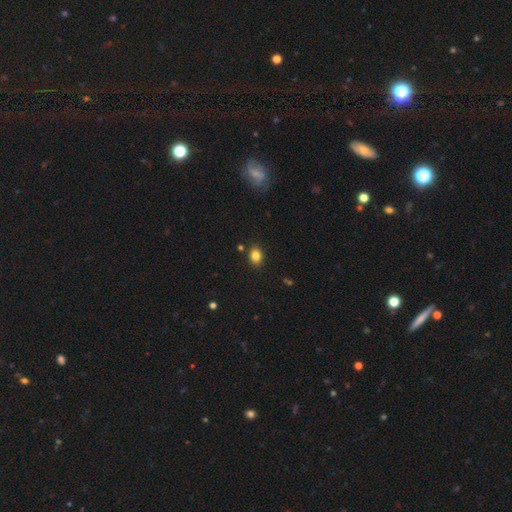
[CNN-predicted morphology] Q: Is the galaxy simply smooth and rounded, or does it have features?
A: smooth — 82%.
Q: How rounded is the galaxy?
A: in between — 57%.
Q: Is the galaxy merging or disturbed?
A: none — 86%.